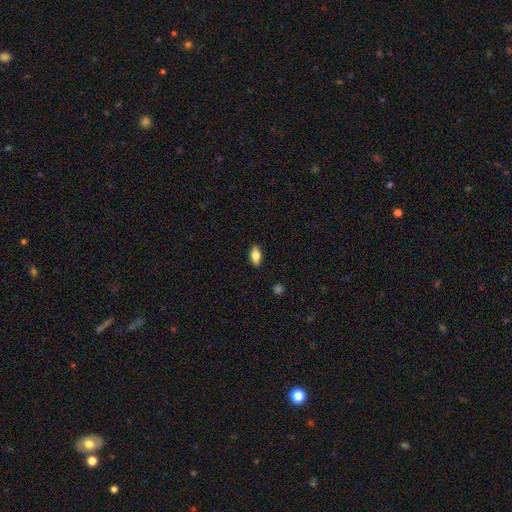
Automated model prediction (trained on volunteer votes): Smooth or featured? Predicted: smooth (p=0.76). How rounded? Predicted: in between (p=0.86). Merging? Predicted: none (p=0.88).